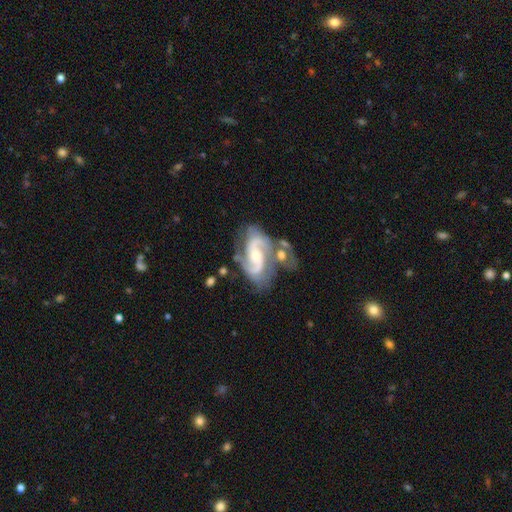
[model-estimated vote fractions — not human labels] A featured or disk galaxy (89%) with a weak bar (43%), 2 (89%) medium (56%) spiral arms (98%) and a moderate central bulge (47%). Merging: none (51%).